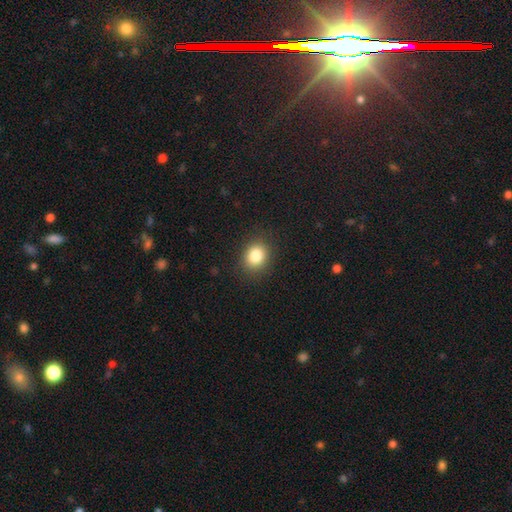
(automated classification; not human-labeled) Overall: smooth (84%). How rounded: round (63%; in between 36%). Merging: none (88%).